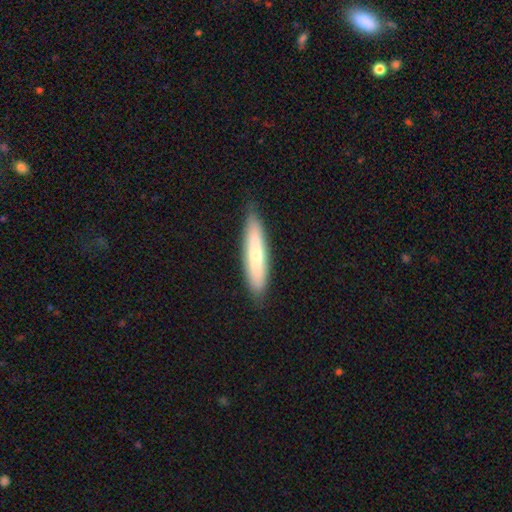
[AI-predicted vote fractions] Q: Smooth or featured?
A: smooth (61%); runner-up: featured or disk (32%)
Q: How rounded?
A: cigar-shaped (87%); runner-up: in between (12%)
Q: Merging?
A: none (87%); runner-up: minor disturbance (10%)